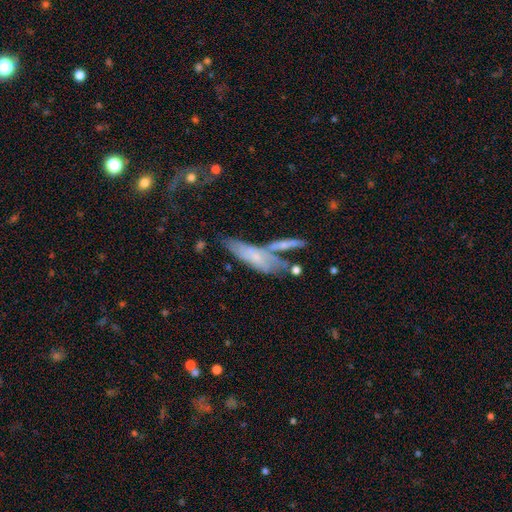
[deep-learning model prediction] This appears to be a smooth galaxy with no disk features (46%). Merging: none (40%).